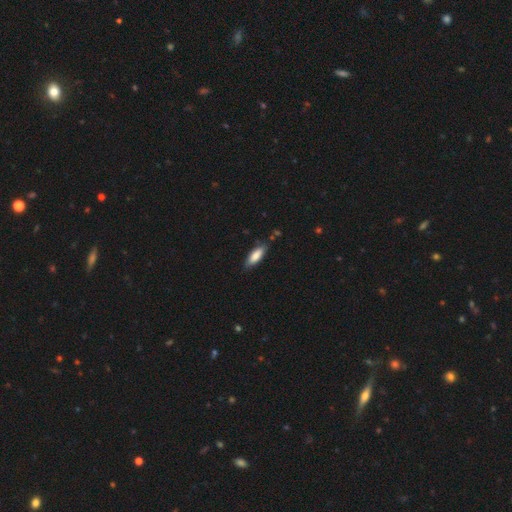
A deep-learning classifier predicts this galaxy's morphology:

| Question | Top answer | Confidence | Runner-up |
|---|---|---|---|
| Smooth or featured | smooth | 80% | featured or disk (14%) |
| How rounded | in between | 62% | cigar-shaped (36%) |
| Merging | none | 78% | minor disturbance (17%) |